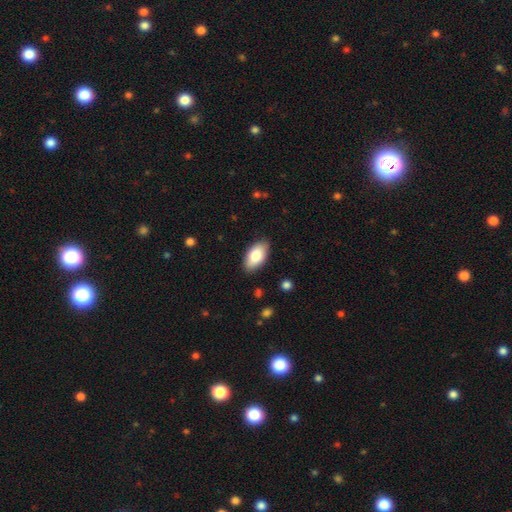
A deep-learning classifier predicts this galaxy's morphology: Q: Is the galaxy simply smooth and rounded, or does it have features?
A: smooth — 82%.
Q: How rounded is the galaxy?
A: in between — 95%.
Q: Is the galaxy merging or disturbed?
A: none — 86%.